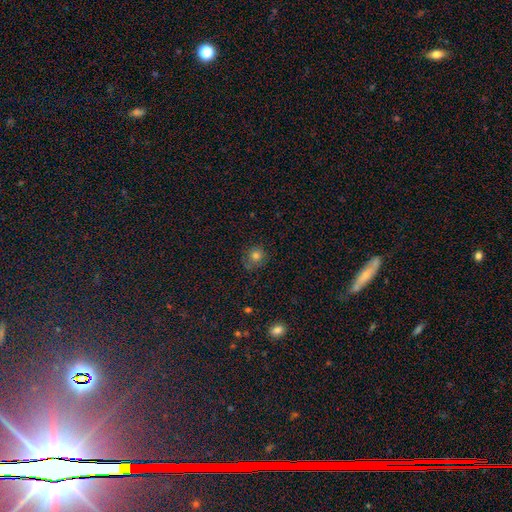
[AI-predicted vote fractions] Overall: smooth (76%). How rounded: round (84%). Merging: none (75%).